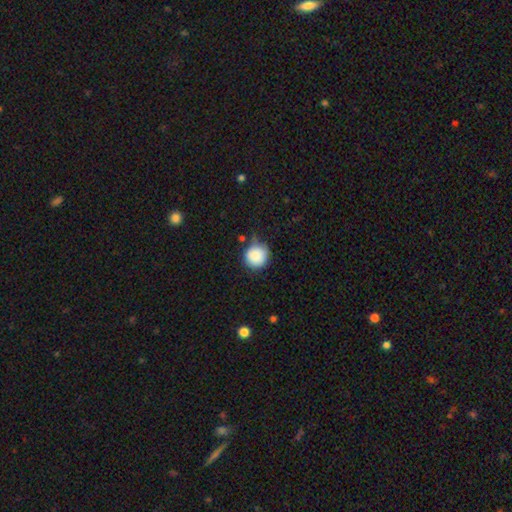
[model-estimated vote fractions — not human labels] smooth 88%, star or artifact 8%, featured or disk 4%. Down the decision tree: how rounded — round (92%); merging — none (63%).